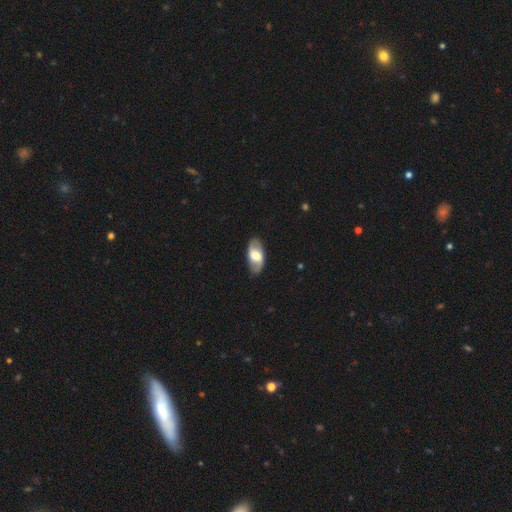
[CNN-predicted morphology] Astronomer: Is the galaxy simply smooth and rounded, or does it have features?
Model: featured or disk — 55% (runner-up: smooth, 40%).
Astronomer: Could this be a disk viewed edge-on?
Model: no — 87%.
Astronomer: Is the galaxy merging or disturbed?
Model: none — 83%.